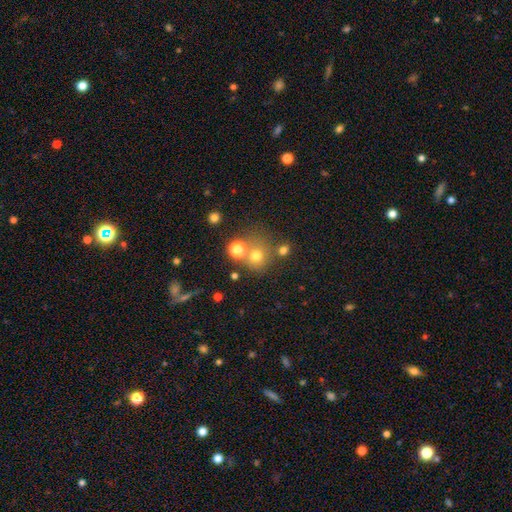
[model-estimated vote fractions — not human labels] Smooth or featured?
  - smooth: 70% *
  - star or artifact: 19%
  - featured or disk: 11%
How rounded?
  - round: 87% *
  - in between: 12%
  - cigar-shaped: 1%
Merging?
  - none: 64% *
  - merger: 21%
  - minor disturbance: 10%
  - major disturbance: 5%